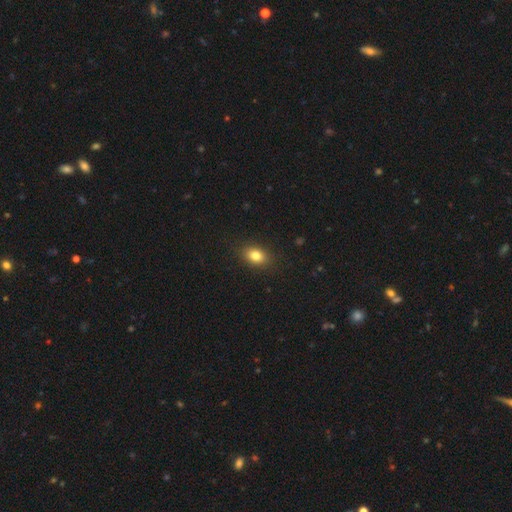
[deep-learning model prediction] Smooth or featured: smooth — 82% (star or artifact — 10%)
How rounded: in between — 76% (round — 22%)
Merging: none — 88% (minor disturbance — 9%)